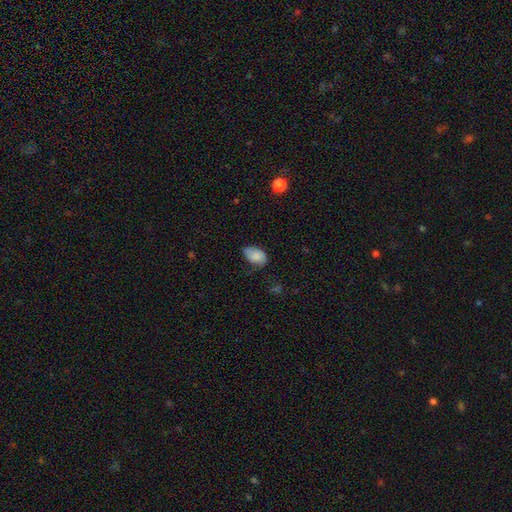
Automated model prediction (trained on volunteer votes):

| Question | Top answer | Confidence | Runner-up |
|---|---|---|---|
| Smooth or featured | smooth | 79% | featured or disk (13%) |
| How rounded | in between | 89% | round (9%) |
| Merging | none | 49% | minor disturbance (36%) |